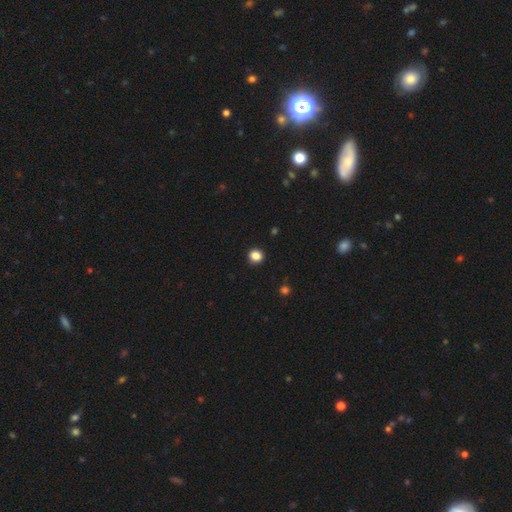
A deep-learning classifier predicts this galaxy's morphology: Smooth or featured: smooth — 86% (star or artifact — 11%)
How rounded: round — 83% (in between — 16%)
Merging: none — 91% (minor disturbance — 6%)